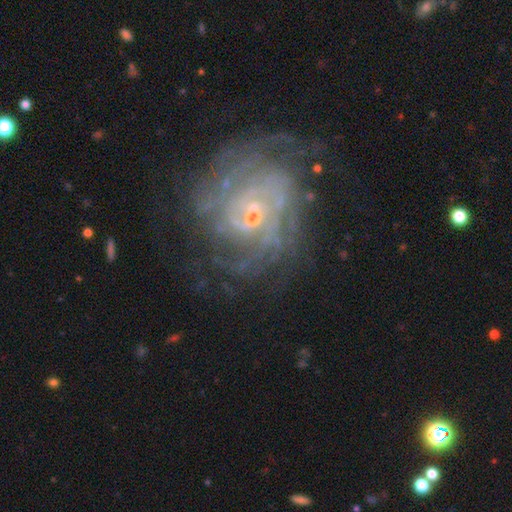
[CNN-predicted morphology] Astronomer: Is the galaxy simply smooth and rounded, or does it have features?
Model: featured or disk — 82%.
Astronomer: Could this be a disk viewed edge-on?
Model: no — 97%.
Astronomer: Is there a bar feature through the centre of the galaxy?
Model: no — 49% (runner-up: weak, 38%).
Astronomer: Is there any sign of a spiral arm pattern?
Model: yes — 93%.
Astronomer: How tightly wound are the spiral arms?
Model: tight — 69%.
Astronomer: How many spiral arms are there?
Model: can't tell — 43%.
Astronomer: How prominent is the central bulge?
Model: small — 68%.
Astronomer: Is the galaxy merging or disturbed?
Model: none — 73%.